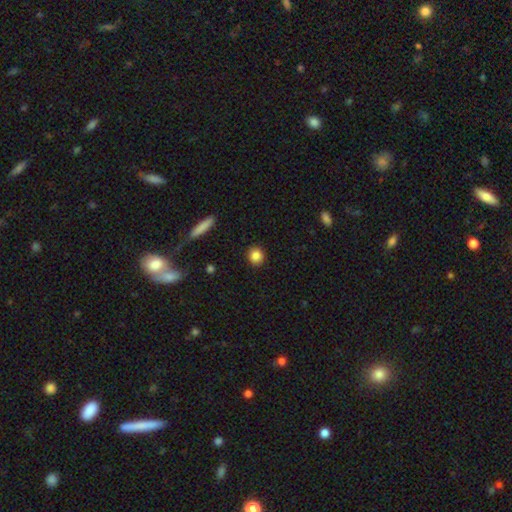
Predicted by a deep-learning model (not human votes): The model was most divided on "how rounded": round: 85%, in between: 13%, cigar-shaped: 2%. More confident: merging — none (90%); smooth or featured — smooth (85%).